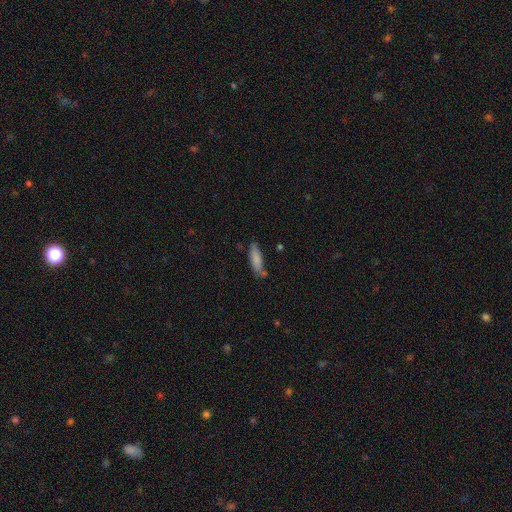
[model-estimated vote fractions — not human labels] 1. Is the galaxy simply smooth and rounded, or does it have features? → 79% smooth, 13% featured or disk, 8% star or artifact.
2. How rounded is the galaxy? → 63% cigar-shaped, 36% in between, 2% round.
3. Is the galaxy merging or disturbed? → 72% none, 18% minor disturbance, 6% merger, 4% major disturbance.